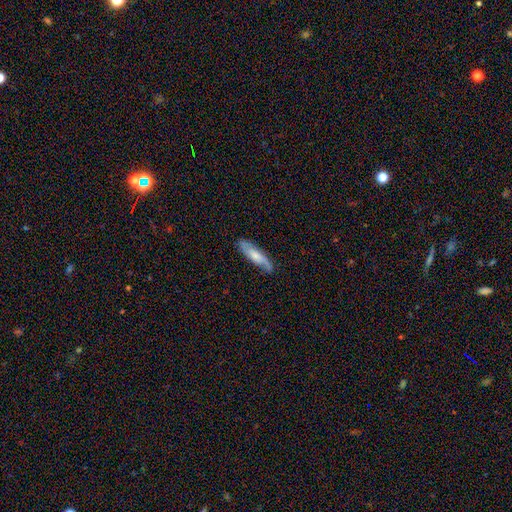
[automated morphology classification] Smooth or featured: smooth — 50% (featured or disk — 45%)
Merging: none — 74% (minor disturbance — 20%)